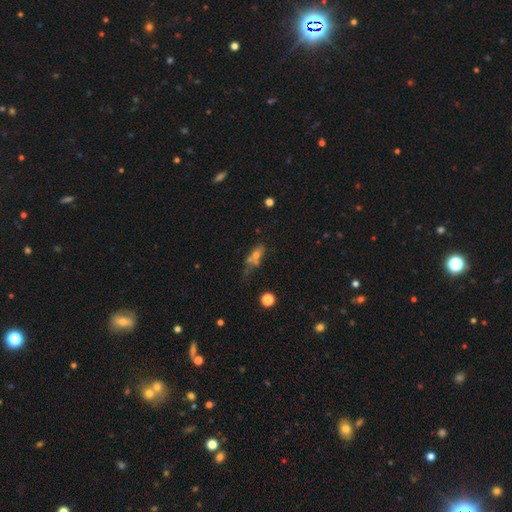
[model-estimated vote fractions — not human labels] This appears to be a smooth galaxy with no disk features (53%) that is in between round and cigar-shaped (59%). Merging: merger (33%).